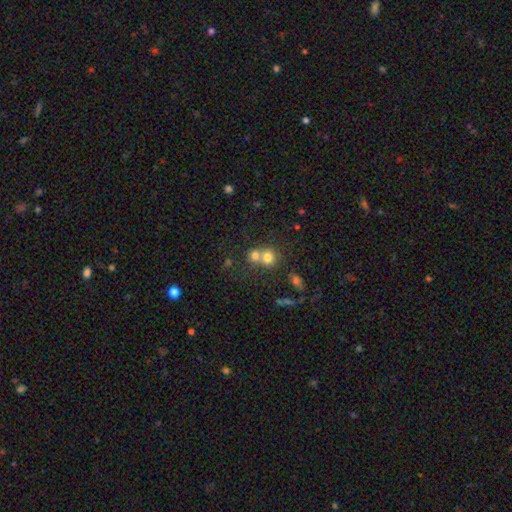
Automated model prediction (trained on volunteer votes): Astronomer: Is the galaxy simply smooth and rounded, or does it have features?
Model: smooth — 58%.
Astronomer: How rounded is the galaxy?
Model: round — 85%.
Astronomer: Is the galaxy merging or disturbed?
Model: none — 48% (runner-up: merger, 42%).